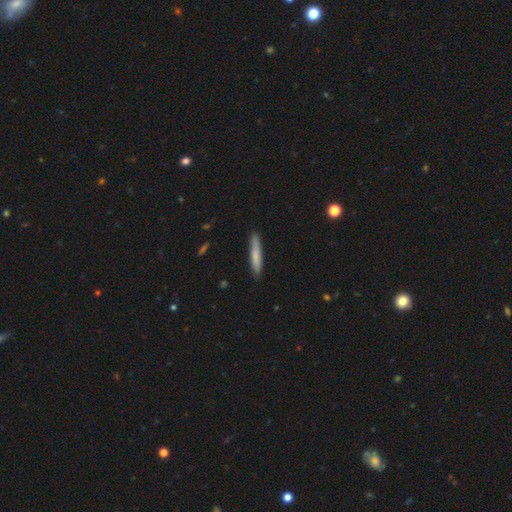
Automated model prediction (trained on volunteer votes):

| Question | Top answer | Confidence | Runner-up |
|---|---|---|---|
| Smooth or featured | smooth | 76% | featured or disk (18%) |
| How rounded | cigar-shaped | 93% | in between (6%) |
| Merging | none | 88% | minor disturbance (9%) |